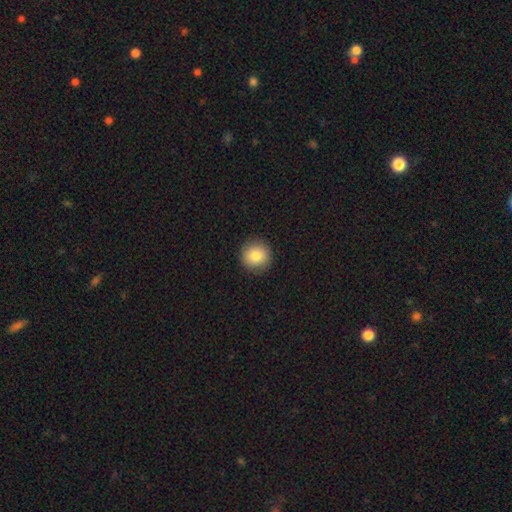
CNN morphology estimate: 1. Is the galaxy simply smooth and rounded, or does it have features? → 82% smooth, 9% star or artifact, 8% featured or disk.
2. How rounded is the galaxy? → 94% round, 5% in between, 1% cigar-shaped.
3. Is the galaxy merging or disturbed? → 91% none, 6% minor disturbance, 2% major disturbance, 1% merger.